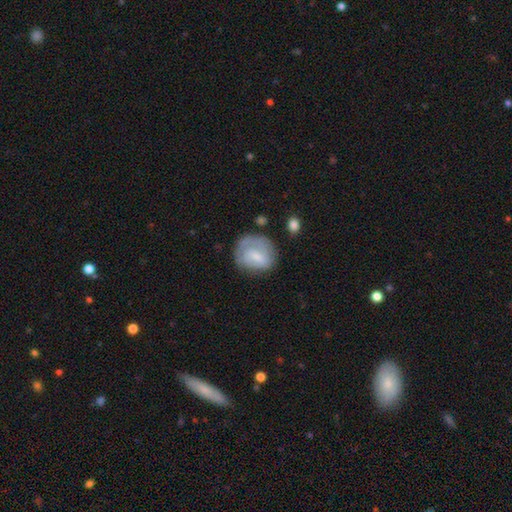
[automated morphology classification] Smooth or featured?
  - featured or disk: 49% *
  - smooth: 45%
  - star or artifact: 7%
Merging?
  - none: 60% *
  - minor disturbance: 23%
  - major disturbance: 14%
  - merger: 3%